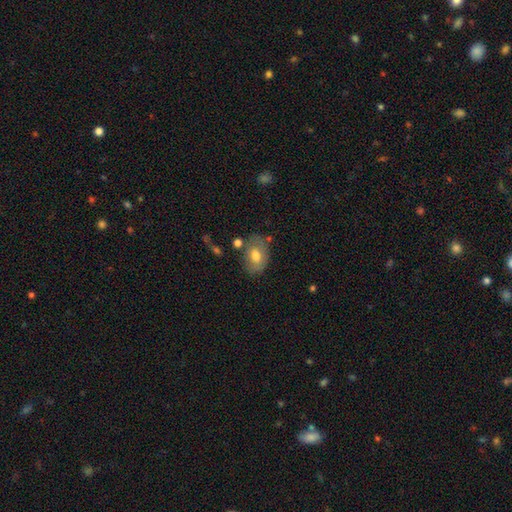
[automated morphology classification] This appears to be a smooth galaxy with no disk features (68%) that is in between round and cigar-shaped (83%). Merging: none (67%).